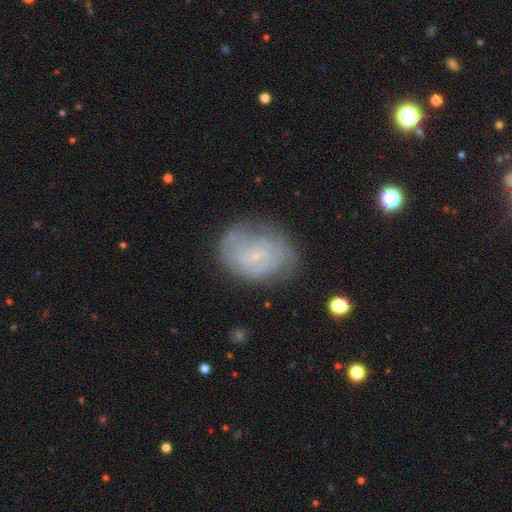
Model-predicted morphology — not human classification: This is likely a featured or disk galaxy (70%). It is clearly not viewed edge-on (97%). Bar: likely no (71%). Spiral arm pattern: clearly yes (85%). Spiral arm count: possibly can't tell (49%). Spiral winding: likely tight (61%). Central bulge: clearly small (86%). Merging: likely none (69%).